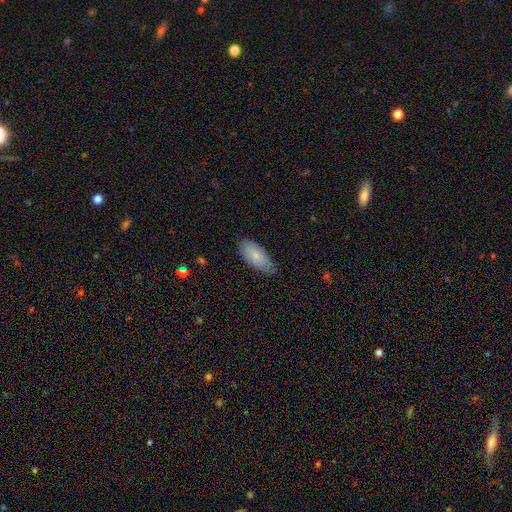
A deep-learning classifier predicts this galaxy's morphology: The model was most divided on "merging": none: 71%, minor disturbance: 24%, major disturbance: 4%, merger: 1%. More confident: how rounded — in between (90%); smooth or featured — smooth (76%).